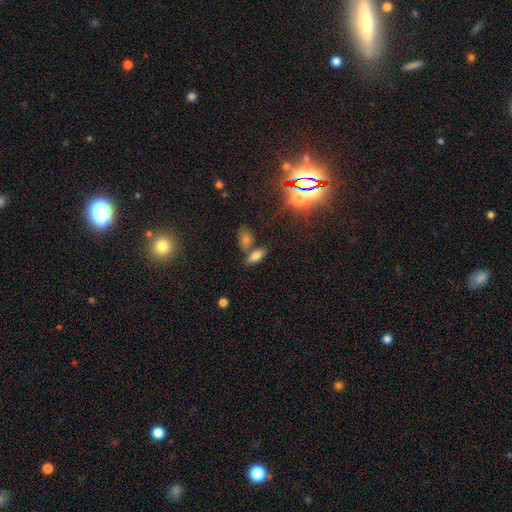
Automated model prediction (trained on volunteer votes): Morphology: type=smooth (68%); roundness=in between (72%); merging=none (61%).